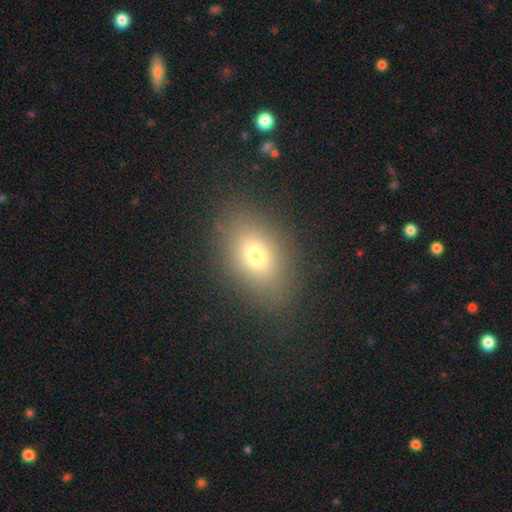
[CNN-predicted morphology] A smooth galaxy with no disk features (72%) that is in between round and cigar-shaped (82%). Merging: none (83%).